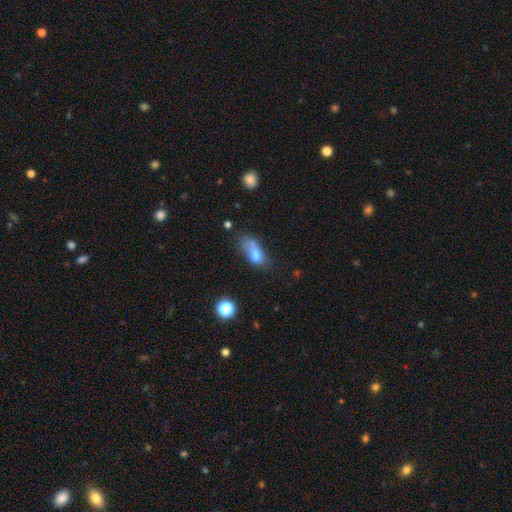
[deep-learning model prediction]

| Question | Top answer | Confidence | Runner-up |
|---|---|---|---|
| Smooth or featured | smooth | 68% | featured or disk (20%) |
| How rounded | in between | 74% | round (16%) |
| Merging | major disturbance | 29% | none (26%) |